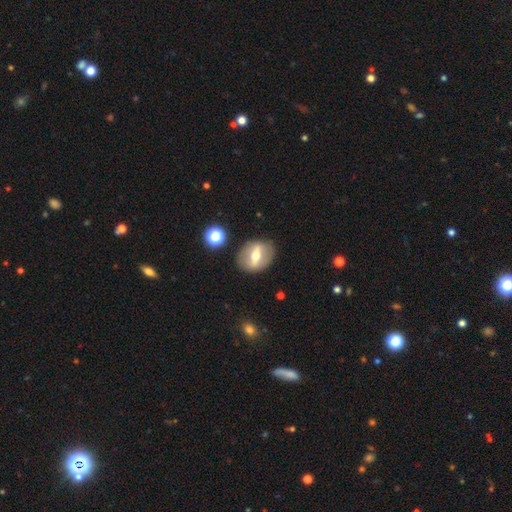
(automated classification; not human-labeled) The model was most divided on "smooth or featured": featured or disk: 61%, smooth: 32%, star or artifact: 8%. More confident: merging — none (85%); edge-on disk — no (75%).